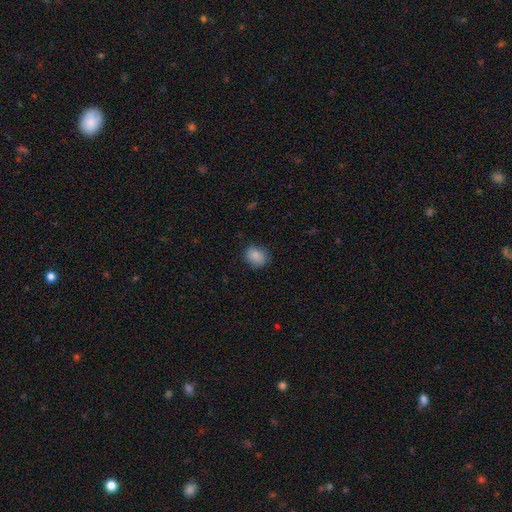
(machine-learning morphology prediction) A smooth galaxy with no disk features (86%) that is round (58%). Merging: none (80%).